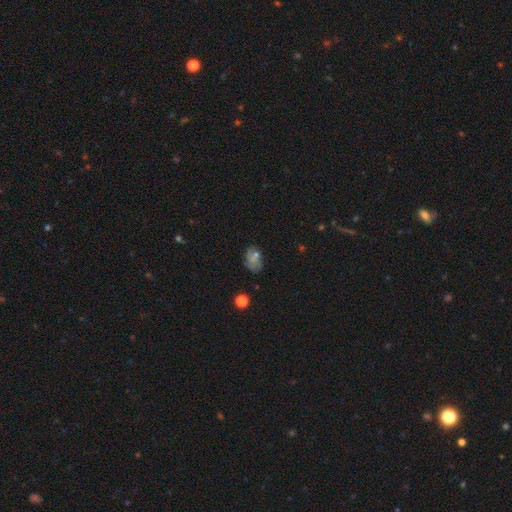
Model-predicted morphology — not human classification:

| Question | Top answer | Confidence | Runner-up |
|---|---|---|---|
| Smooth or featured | smooth | 38% | featured or disk (37%) |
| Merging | none | 59% | minor disturbance (22%) |